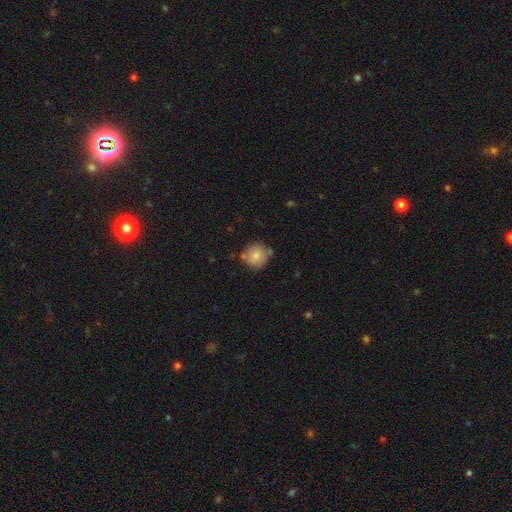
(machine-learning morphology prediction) type=smooth (78%); roundness=round (91%); merging=none (73%).